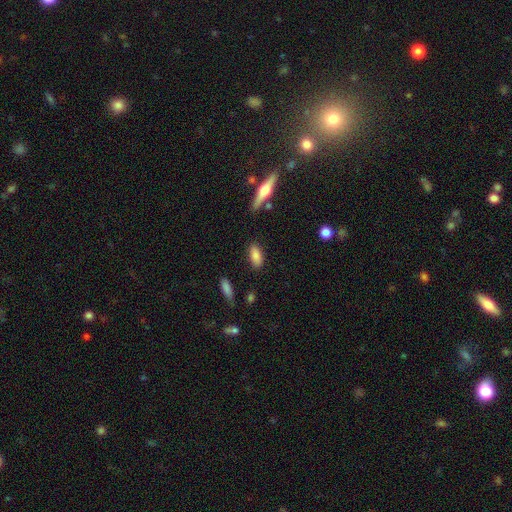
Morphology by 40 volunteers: Smooth or featured: smooth — 80% (featured or disk — 10%)
How rounded: in between — 94% (cigar-shaped — 6%)
Merging: none — 89% (minor disturbance — 6%)